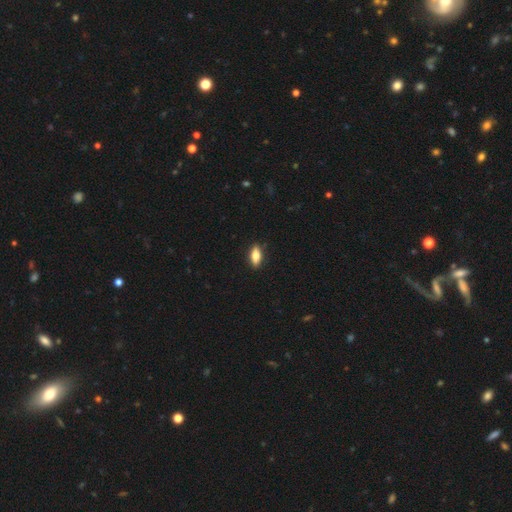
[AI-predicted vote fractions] The model was most divided on "how rounded": in between: 76%, cigar-shaped: 21%, round: 3%. More confident: merging — none (87%); smooth or featured — smooth (75%).